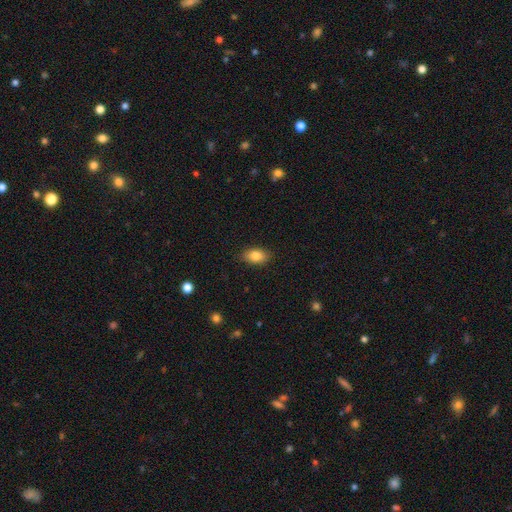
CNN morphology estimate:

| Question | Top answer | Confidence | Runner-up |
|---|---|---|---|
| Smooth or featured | smooth | 82% | featured or disk (10%) |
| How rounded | in between | 88% | round (10%) |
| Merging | none | 87% | minor disturbance (10%) |